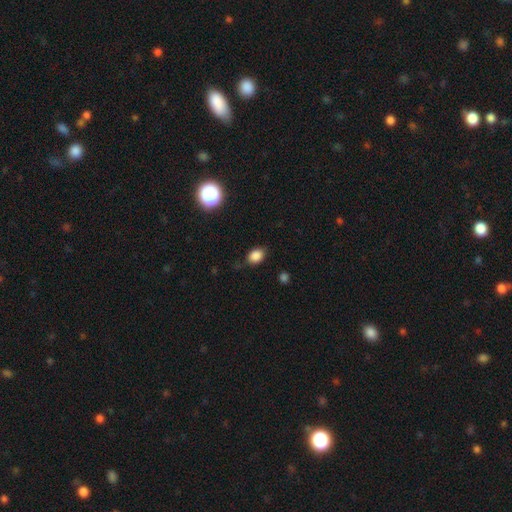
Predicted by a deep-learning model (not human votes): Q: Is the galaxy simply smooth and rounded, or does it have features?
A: smooth — 85%.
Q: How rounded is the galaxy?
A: in between — 69%.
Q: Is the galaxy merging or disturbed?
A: none — 78%.